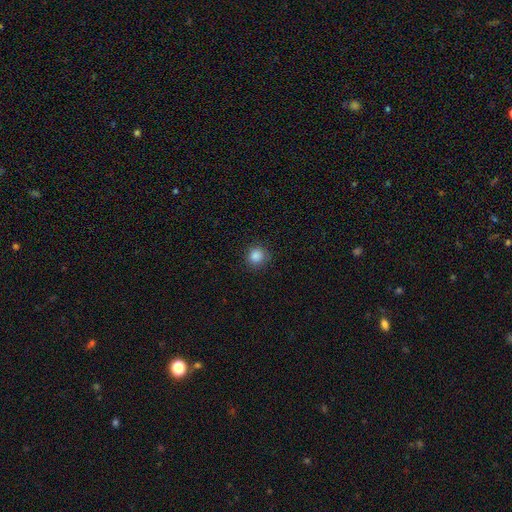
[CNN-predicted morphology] smooth_or_featured: smooth (p=0.85) [alt: star or artifact p=0.11]
how_rounded: round (p=0.91) [alt: in between p=0.08]
merging: none (p=0.85) [alt: minor disturbance p=0.11]